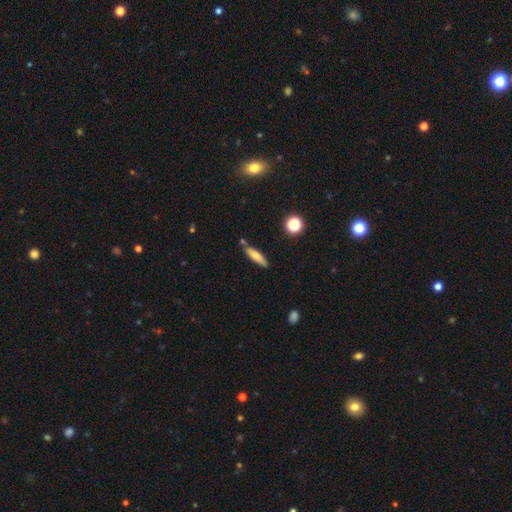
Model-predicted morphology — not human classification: Smooth or featured? smooth (68%)
How rounded? cigar-shaped (71%)
Merging? none (77%)